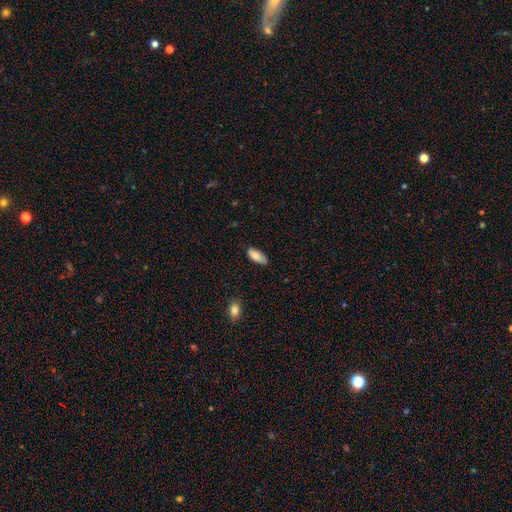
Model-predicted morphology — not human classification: smooth 84%, featured or disk 9%, star or artifact 7%. Down the decision tree: how rounded — in between (84%); merging — none (75%).